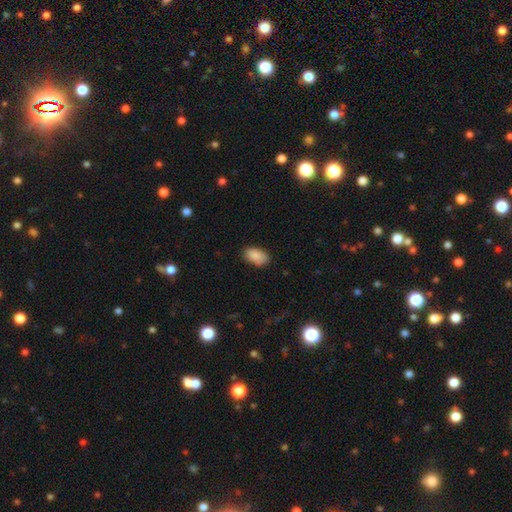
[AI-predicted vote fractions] Smooth or featured? Predicted: smooth (p=0.88). How rounded? Predicted: in between (p=0.93). Merging? Predicted: none (p=0.81).